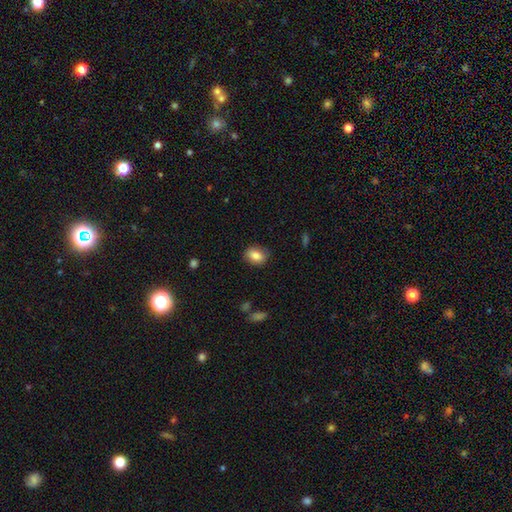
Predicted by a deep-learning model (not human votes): Smooth or featured? Predicted: smooth (p=0.82). How rounded? Predicted: in between (p=0.69). Merging? Predicted: none (p=0.84).